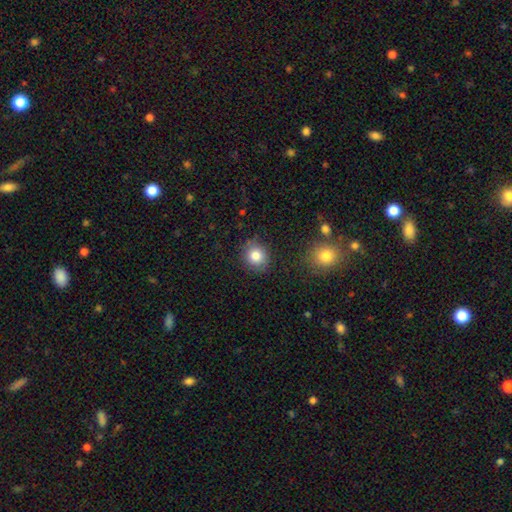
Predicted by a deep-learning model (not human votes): This is clearly a smooth galaxy (82%). How rounded: clearly round (82%). Merging: clearly none (85%).